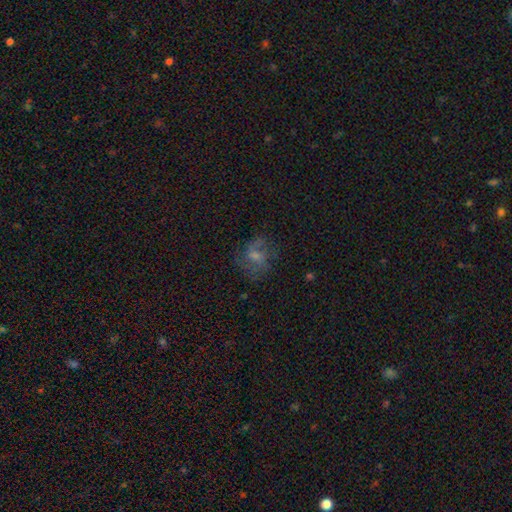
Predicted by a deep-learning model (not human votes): Smooth or featured? featured or disk (46%)
Merging? none (54%)